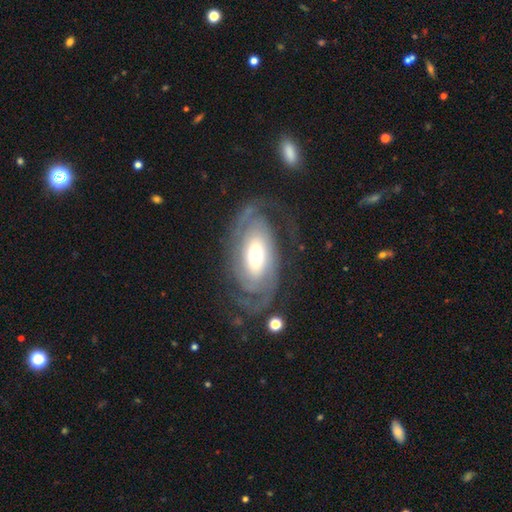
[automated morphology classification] Smooth or featured?
  - featured or disk: 80% *
  - smooth: 15%
  - star or artifact: 5%
Edge-on disk?
  - no: 94% *
  - yes: 6%
Bar?
  - no: 60% *
  - weak: 25%
  - strong: 15%
Spiral arms?
  - yes: 90% *
  - no: 10%
Spiral winding?
  - tight: 49% *
  - medium: 34%
  - loose: 18%
Spiral arm count?
  - 2: 64% *
  - can't tell: 17%
  - 1: 7%
  - 3: 7%
  - 4: 3%
  - more than 4: 3%
Bulge size?
  - moderate: 56% *
  - large: 26%
  - small: 12%
  - dominant: 4%
  - none: 1%
Merging?
  - none: 64% *
  - major disturbance: 17%
  - minor disturbance: 16%
  - merger: 2%